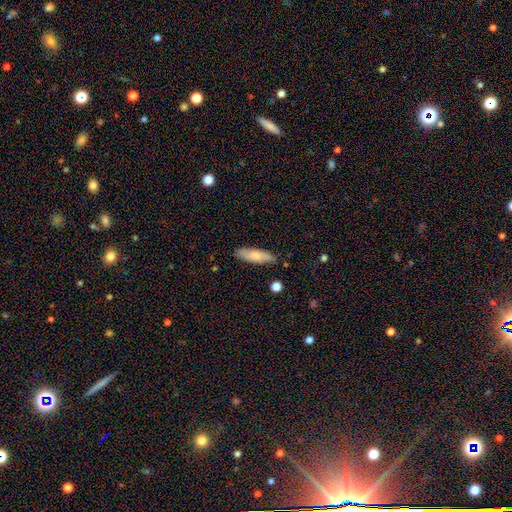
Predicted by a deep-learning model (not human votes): This is likely a smooth galaxy (77%). How rounded: possibly cigar-shaped (53%). Merging: clearly none (84%).